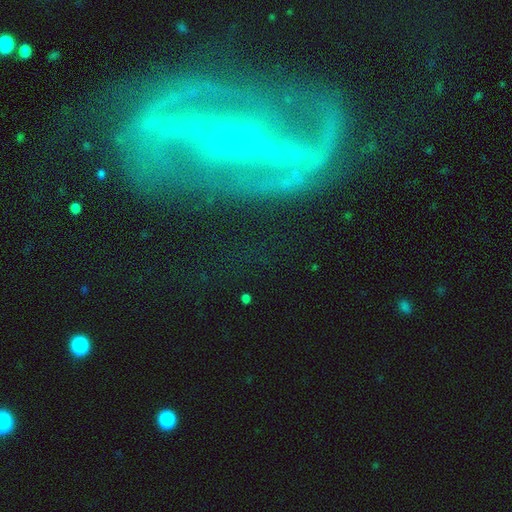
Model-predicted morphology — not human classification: A featured or disk galaxy (83%) with a strong bar (58%), 2 (80%) medium (40%) spiral arms (81%) and a small central bulge (88%).

Vote fractions:
- Smooth or featured? featured or disk: 83% / star or artifact: 10% / smooth: 7%
- Edge-on disk? no: 93% / yes: 7%
- Bar? strong: 58% / no: 22% / weak: 21%
- Spiral arms? yes: 81% / no: 19%
- Spiral winding? medium: 40% / loose: 36% / tight: 23%
- Spiral arm count? 2: 80% / can't tell: 7% / 3: 4% / 1: 3% / 4: 3% / more than 4: 3%
- Bulge size? small: 88% / moderate: 7% / none: 2% / large: 1% / dominant: 1%
- Merging? none: 60% / major disturbance: 18% / minor disturbance: 17% / merger: 5%